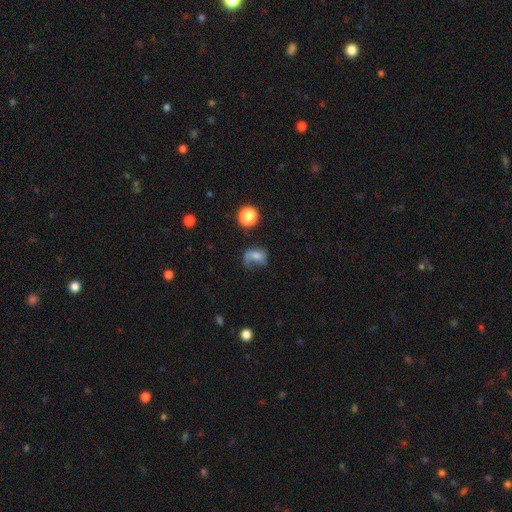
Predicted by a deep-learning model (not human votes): Morphology: type=smooth (50%); roundness=in between (59%); merging=major disturbance (41%).